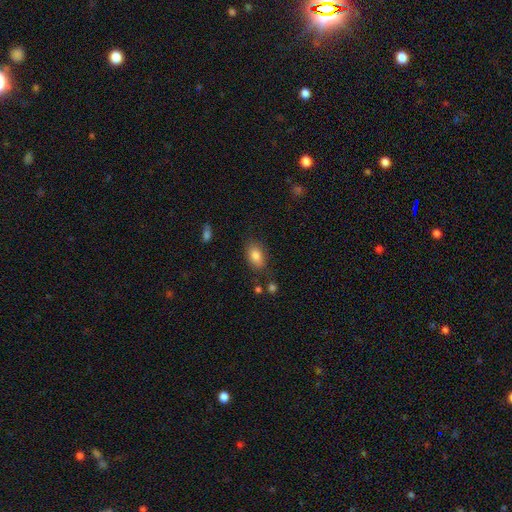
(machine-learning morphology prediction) A smooth galaxy with no disk features (83%) that is in between round and cigar-shaped (87%). Merging: none (78%).